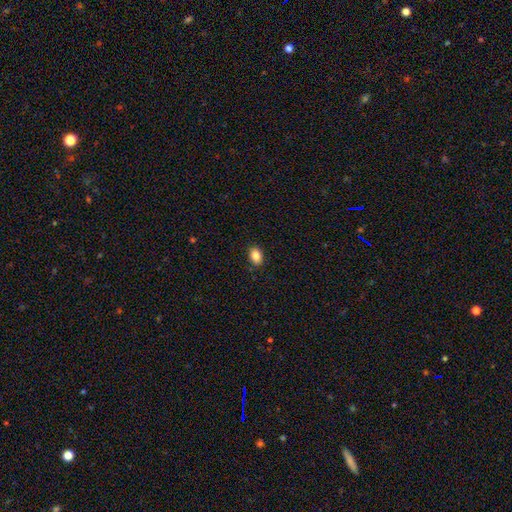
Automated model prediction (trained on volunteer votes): smooth 85%, star or artifact 9%, featured or disk 6%. Down the decision tree: how rounded — in between (80%); merging — none (89%).